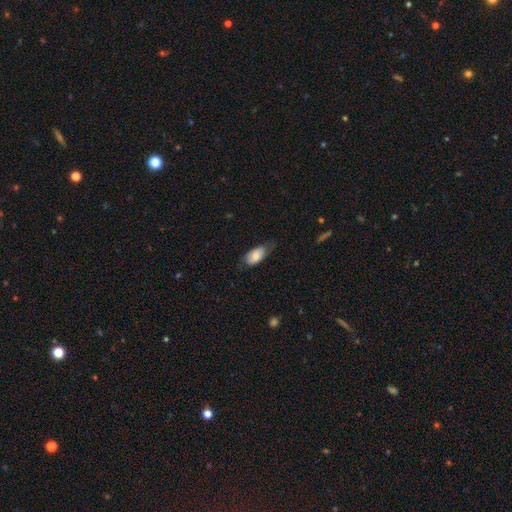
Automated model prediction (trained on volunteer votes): smooth 76%, featured or disk 17%, star or artifact 7%. Down the decision tree: how rounded — in between (92%); merging — none (55%).